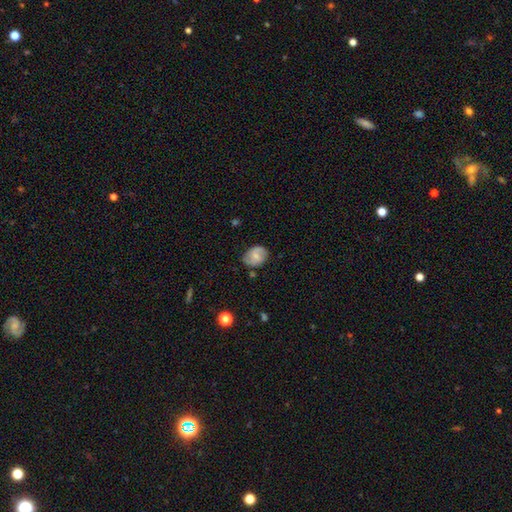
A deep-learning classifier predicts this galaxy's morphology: A smooth galaxy with no disk features (51%) that is in between round and cigar-shaped (64%). Merging: none (72%).